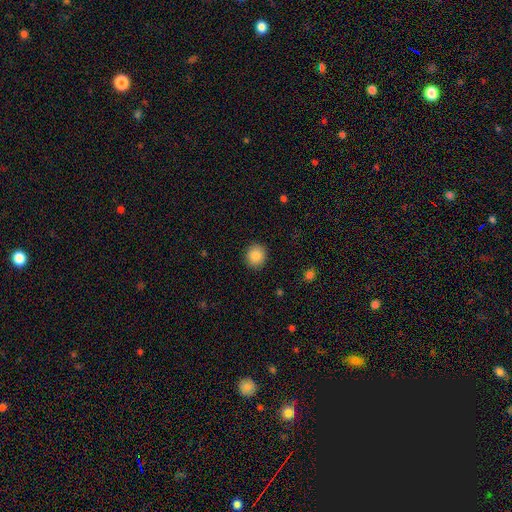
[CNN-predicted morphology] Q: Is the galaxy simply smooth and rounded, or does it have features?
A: smooth — 86%.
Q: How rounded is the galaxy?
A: round — 85%.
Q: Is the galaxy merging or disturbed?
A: none — 91%.